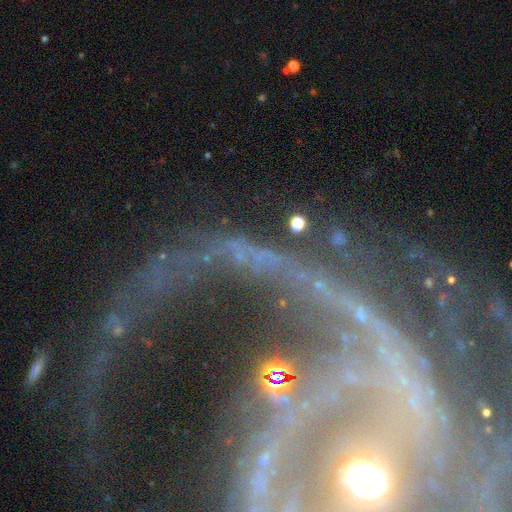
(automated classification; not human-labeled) The model was most divided on "bar": no: 41%, strong: 33%, weak: 25%. Remaining: edge-on disk — no (91%); spiral arms — yes (81%); smooth or featured — featured or disk (67%); merging — none (54%); bulge size — small (47%).